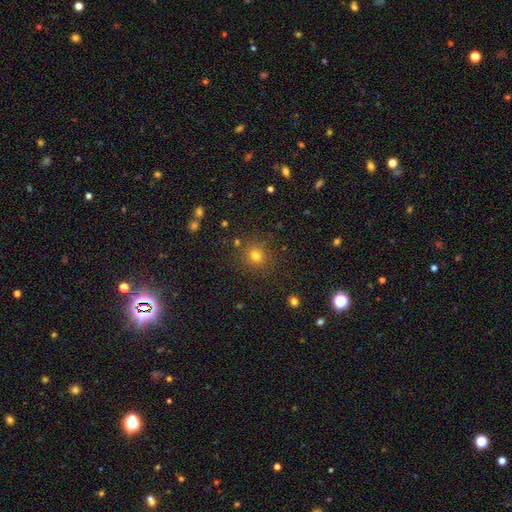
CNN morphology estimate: Smooth or featured?
  - smooth: 75% *
  - star or artifact: 18%
  - featured or disk: 7%
How rounded?
  - round: 88% *
  - in between: 11%
  - cigar-shaped: 1%
Merging?
  - none: 85% *
  - minor disturbance: 9%
  - major disturbance: 3%
  - merger: 3%